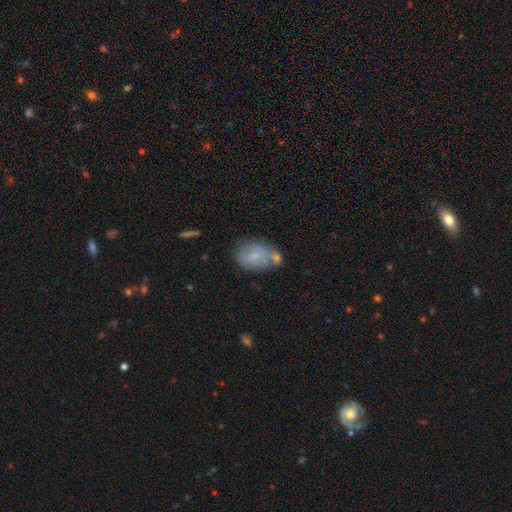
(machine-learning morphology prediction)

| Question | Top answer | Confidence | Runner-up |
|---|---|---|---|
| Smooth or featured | smooth | 67% | featured or disk (24%) |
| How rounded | in between | 73% | round (26%) |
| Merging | none | 44% | merger (28%) |